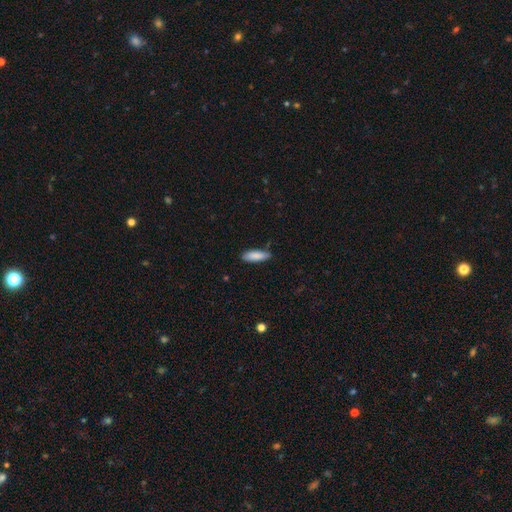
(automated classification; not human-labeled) Smooth or featured: smooth — 87% (featured or disk — 7%)
How rounded: in between — 57% (cigar-shaped — 42%)
Merging: none — 82% (minor disturbance — 14%)